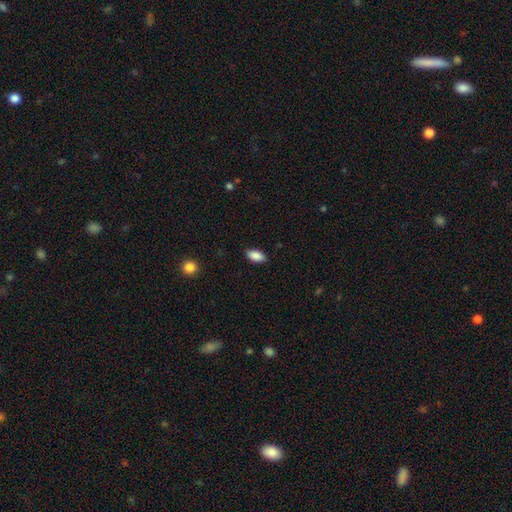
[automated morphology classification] smooth-or-featured: smooth: 88% | star or artifact: 7% | featured or disk: 5%
  how-rounded: in between: 91% | cigar-shaped: 6% | round: 3%
  merging: none: 86% | minor disturbance: 11% | major disturbance: 2% | merger: 1%